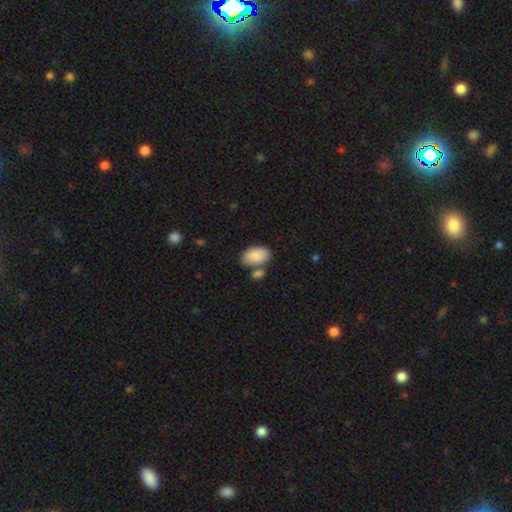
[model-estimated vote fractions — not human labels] smooth-or-featured: smooth: 87% | featured or disk: 6% | star or artifact: 6%
  how-rounded: in between: 92% | round: 6% | cigar-shaped: 1%
  merging: none: 60% | merger: 21% | minor disturbance: 15% | major disturbance: 5%